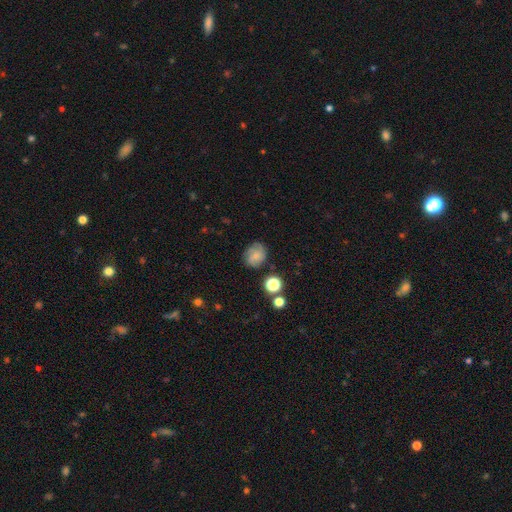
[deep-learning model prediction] This is possibly a smooth galaxy (51%). How rounded: likely round (66%). Merging: likely none (71%).